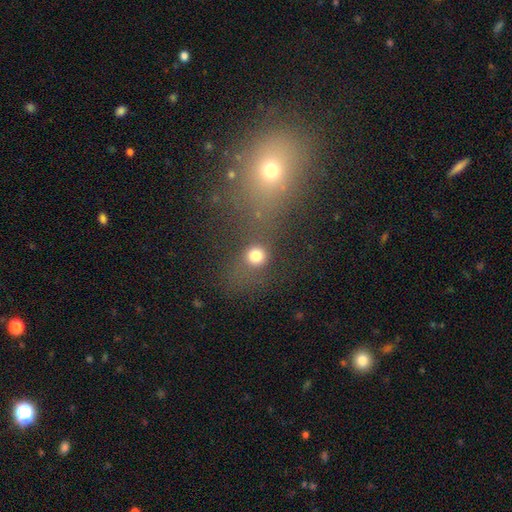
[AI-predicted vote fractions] This appears to be a smooth galaxy with no disk features (76%) that is round (82%). Merging: none (56%).